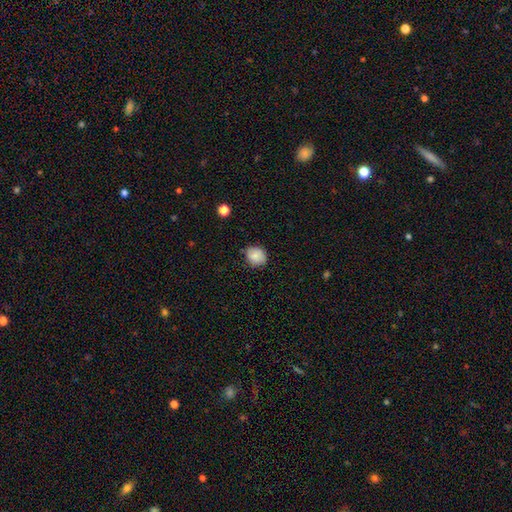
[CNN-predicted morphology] type=smooth (82%); roundness=round (65%); merging=none (75%).